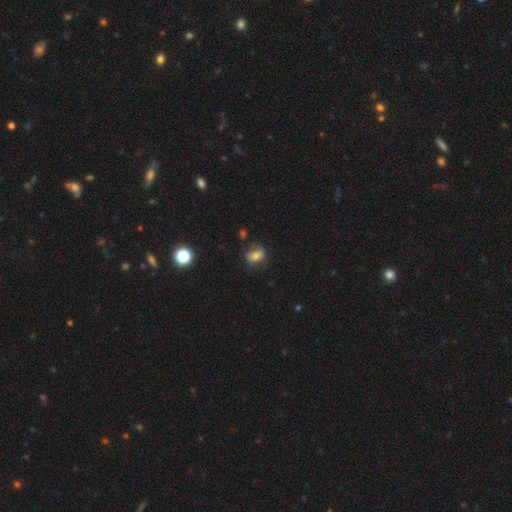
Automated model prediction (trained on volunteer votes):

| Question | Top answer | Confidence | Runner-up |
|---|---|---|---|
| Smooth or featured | smooth | 69% | featured or disk (19%) |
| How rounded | in between | 69% | round (27%) |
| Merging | none | 67% | minor disturbance (22%) |